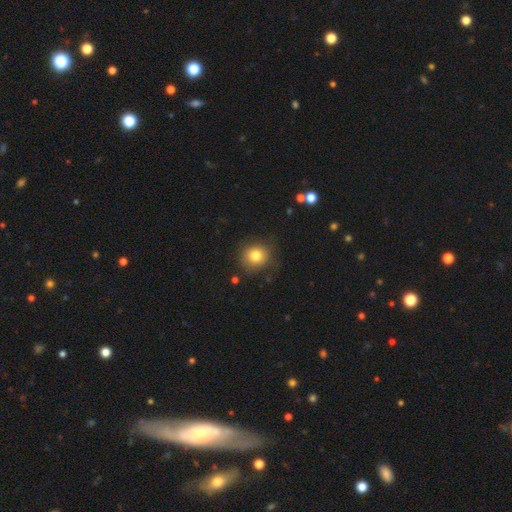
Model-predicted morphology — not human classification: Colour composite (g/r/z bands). It shows a smooth galaxy with no disk features (80%) that is round (87%). Merging: none (84%).